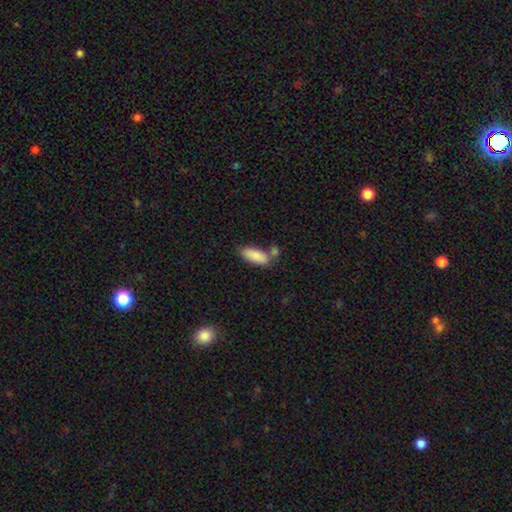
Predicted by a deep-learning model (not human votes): Morphology: type=smooth (87%); roundness=in between (80%); merging=none (59%).